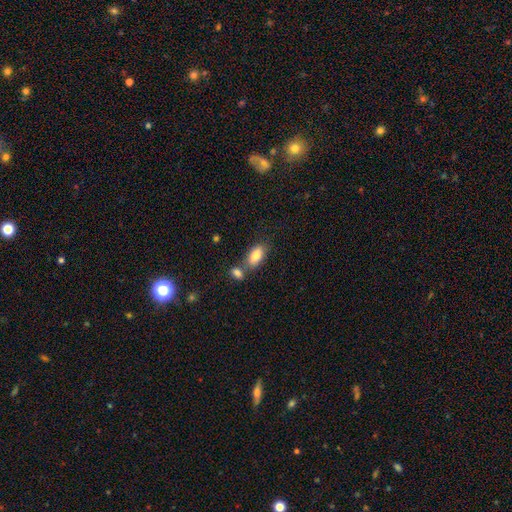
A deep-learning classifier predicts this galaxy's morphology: smooth-or-featured: smooth: 83% | featured or disk: 9% | star or artifact: 7%
  how-rounded: in between: 91% | round: 5% | cigar-shaped: 3%
  merging: none: 54% | merger: 30% | minor disturbance: 12% | major disturbance: 4%